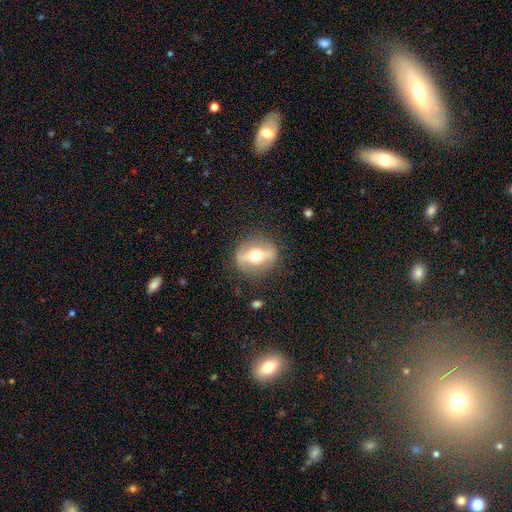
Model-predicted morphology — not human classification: Smooth or featured?
  - featured or disk: 65% *
  - smooth: 29%
  - star or artifact: 7%
Edge-on disk?
  - no: 56% *
  - yes: 44%
Merging?
  - none: 84% *
  - minor disturbance: 10%
  - major disturbance: 4%
  - merger: 1%